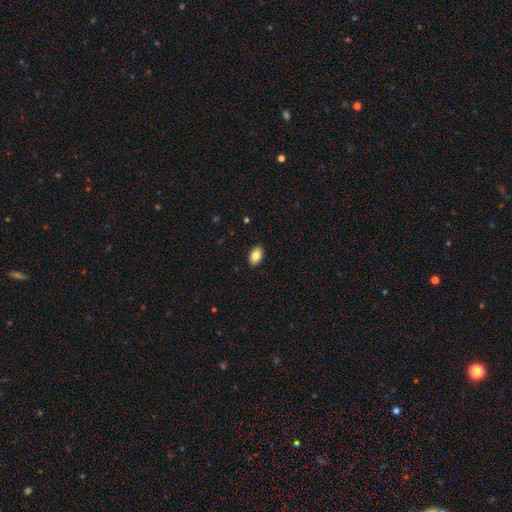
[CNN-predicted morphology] smooth_or_featured: smooth (p=0.84) [alt: featured or disk p=0.08]
how_rounded: in between (p=0.89) [alt: round p=0.09]
merging: none (p=0.90) [alt: minor disturbance p=0.07]